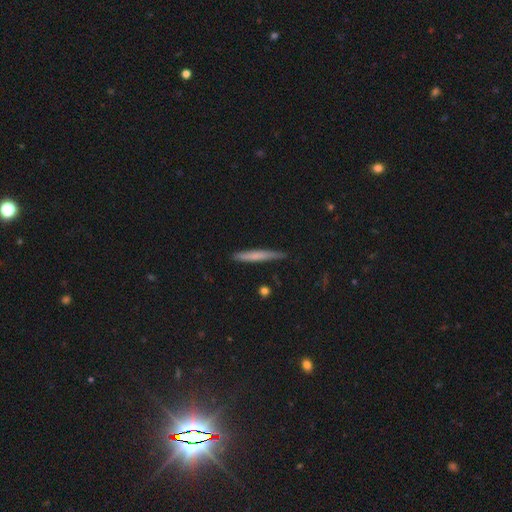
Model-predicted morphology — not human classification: This appears to be a smooth galaxy with no disk features (64%) that is cigar-shaped (95%). Merging: none (85%).